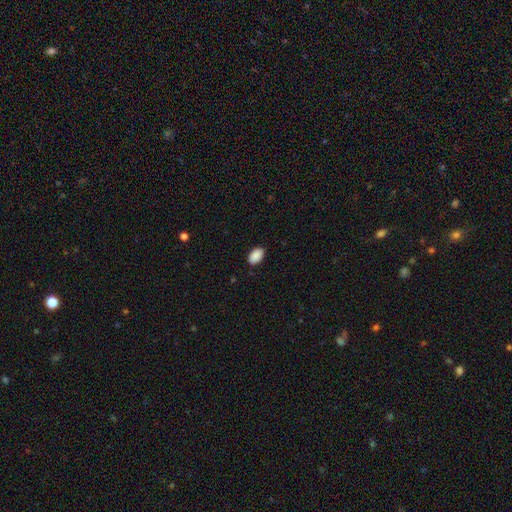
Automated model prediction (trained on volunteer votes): smooth_or_featured: smooth (p=0.90) [alt: star or artifact p=0.07]
how_rounded: in between (p=0.93) [alt: round p=0.06]
merging: none (p=0.87) [alt: minor disturbance p=0.10]